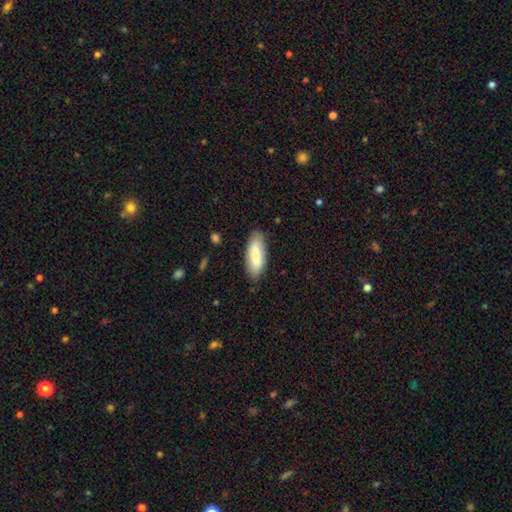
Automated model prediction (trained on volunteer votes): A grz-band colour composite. It shows a smooth galaxy with no disk features (80%) that is in between round and cigar-shaped (68%). Merging: none (83%).